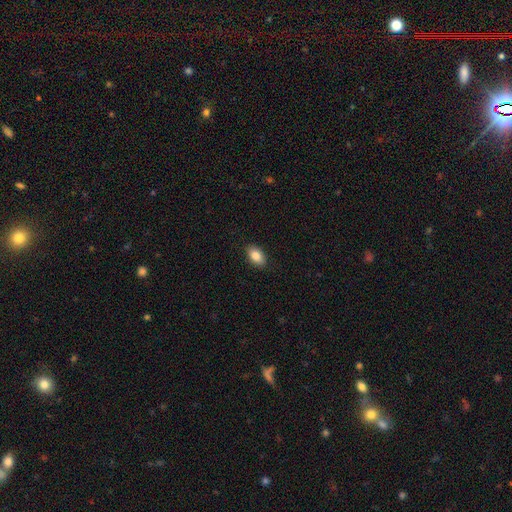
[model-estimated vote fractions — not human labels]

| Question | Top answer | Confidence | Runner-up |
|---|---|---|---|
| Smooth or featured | smooth | 86% | star or artifact (7%) |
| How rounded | in between | 91% | round (7%) |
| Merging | none | 88% | minor disturbance (9%) |